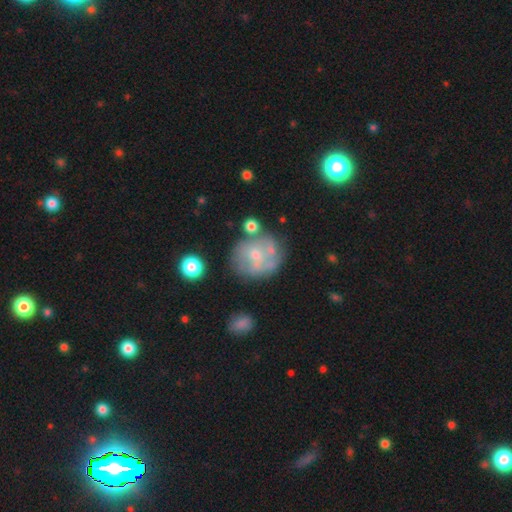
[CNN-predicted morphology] smooth_or_featured: featured or disk (p=0.52) [alt: smooth p=0.37]
disk_edge_on: no (p=0.97) [alt: yes p=0.03]
bar: no (p=0.73) [alt: weak p=0.22]
has_spiral_arms: no (p=0.63) [alt: yes p=0.37]
bulge_size: small (p=0.53) [alt: moderate p=0.38]
merging: none (p=0.57) [alt: minor disturbance p=0.20]